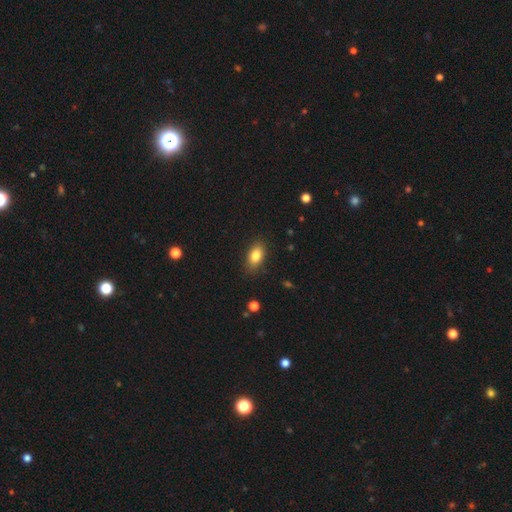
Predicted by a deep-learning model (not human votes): Smooth or featured? smooth (83%)
How rounded? in between (88%)
Merging? none (85%)